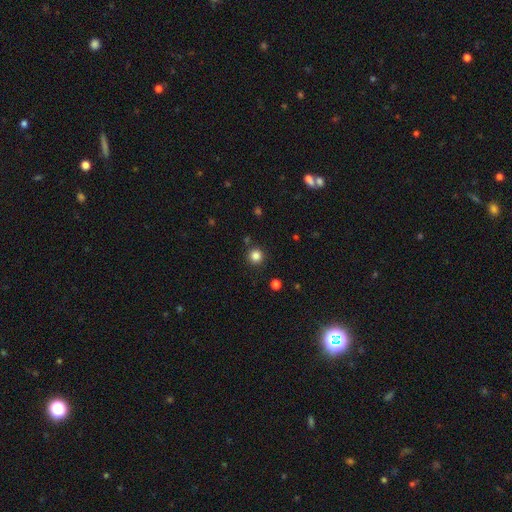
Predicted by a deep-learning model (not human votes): The model was most divided on "smooth or featured": smooth: 83%, star or artifact: 13%, featured or disk: 4%. More confident: how rounded — round (95%); merging — none (88%).